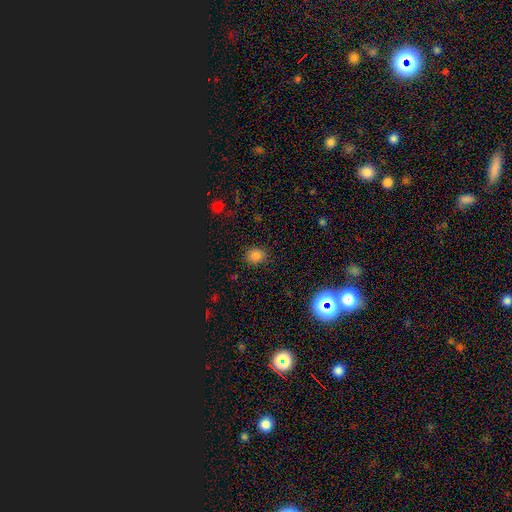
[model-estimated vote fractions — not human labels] smooth 80%, star or artifact 16%, featured or disk 4%. Down the decision tree: how rounded — round (69%); merging — none (86%).